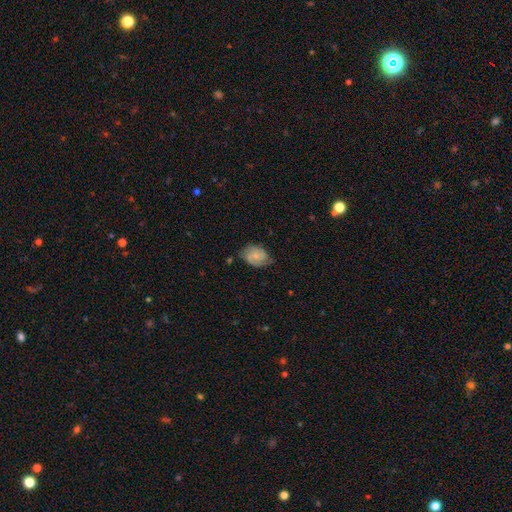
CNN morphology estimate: Smooth or featured? featured or disk (63%)
Edge-on disk? no (97%)
Bar? no (62%)
Spiral arms? yes (92%)
Spiral winding? tight (47%)
Spiral arm count? 2 (70%)
Bulge size? small (61%)
Merging? none (65%)